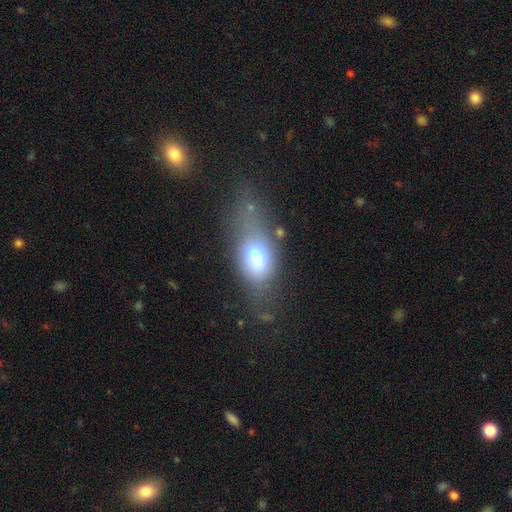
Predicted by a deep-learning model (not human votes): The model was most divided on "merging": none: 40%, major disturbance: 27%, minor disturbance: 25%, merger: 8%. More confident: how rounded — in between (80%); smooth or featured — smooth (61%).